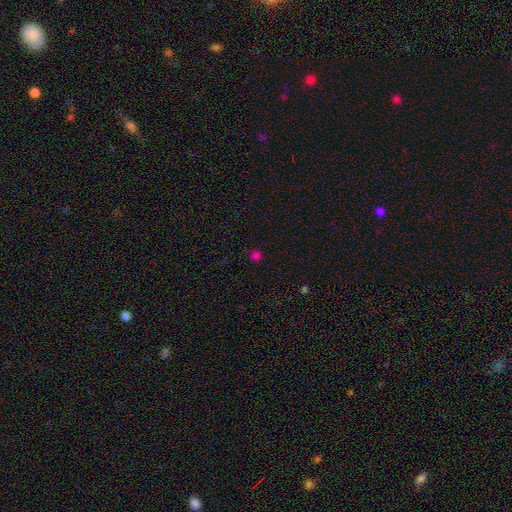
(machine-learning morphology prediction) A smooth galaxy with no disk features (72%) that is round (92%). Merging: none (88%).